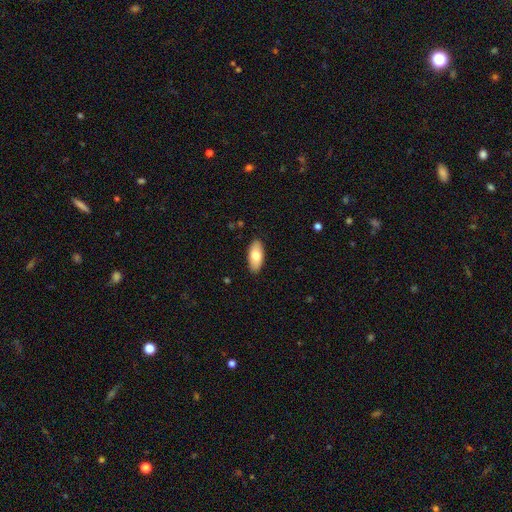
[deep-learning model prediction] The model was most divided on "smooth or featured": smooth: 78%, featured or disk: 16%, star or artifact: 6%. More confident: how rounded — in between (90%); merging — none (89%).